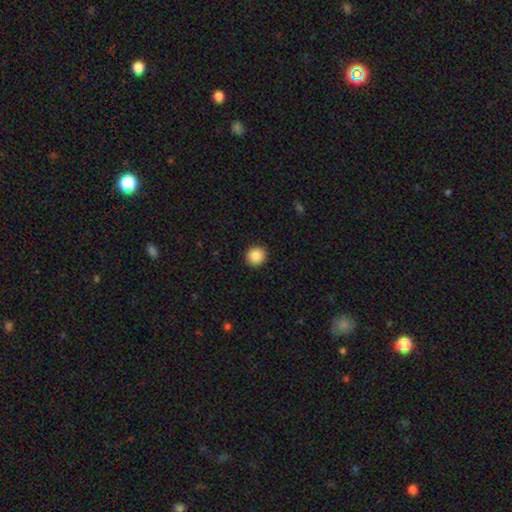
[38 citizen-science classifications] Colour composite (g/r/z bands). It shows a smooth galaxy with no disk features (95%) that is round (94%). Merging: none (97%).